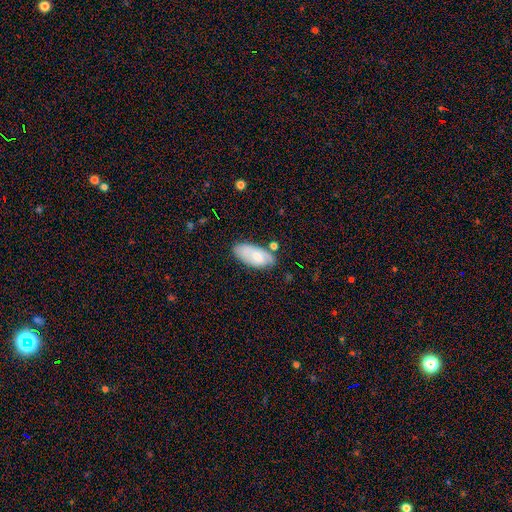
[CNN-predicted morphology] smooth_or_featured: smooth (p=0.61) [alt: featured or disk p=0.32]
how_rounded: in between (p=0.92) [alt: cigar-shaped p=0.06]
merging: none (p=0.63) [alt: minor disturbance p=0.24]